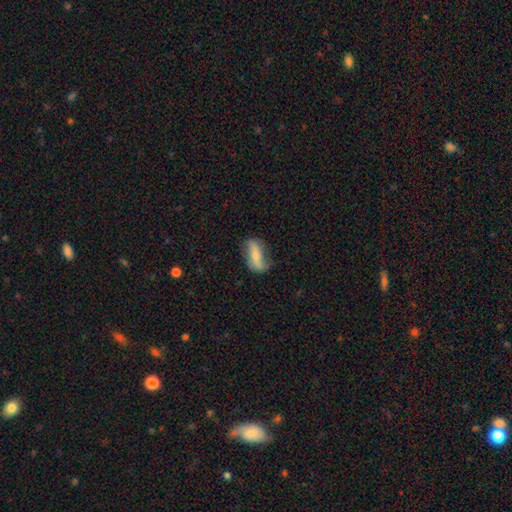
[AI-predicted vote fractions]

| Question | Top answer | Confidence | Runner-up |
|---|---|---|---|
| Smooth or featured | featured or disk | 50% | smooth (43%) |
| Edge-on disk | no | 79% | yes (21%) |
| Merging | none | 63% | minor disturbance (25%) |